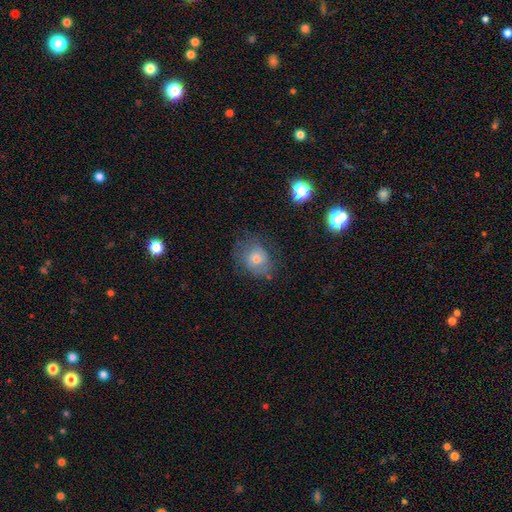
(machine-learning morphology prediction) smooth-or-featured: smooth: 49% | featured or disk: 35% | star or artifact: 17%
  merging: none: 68% | minor disturbance: 20% | major disturbance: 11% | merger: 1%